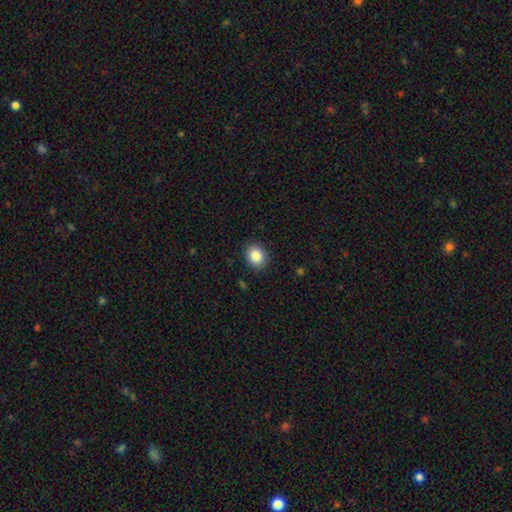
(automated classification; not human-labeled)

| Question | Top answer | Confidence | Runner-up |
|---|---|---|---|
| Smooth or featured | smooth | 87% | star or artifact (9%) |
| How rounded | round | 65% | in between (35%) |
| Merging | none | 89% | minor disturbance (8%) |